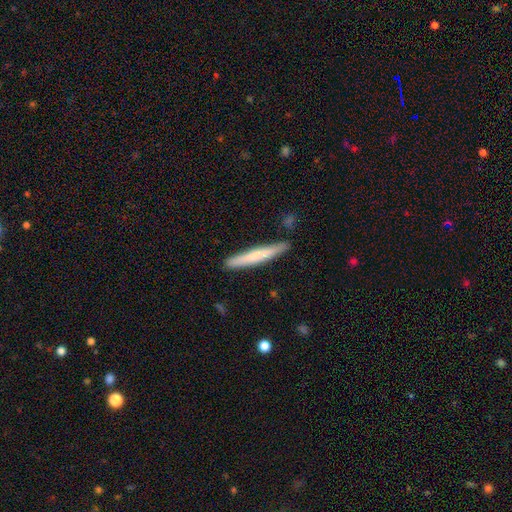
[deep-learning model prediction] The model was most divided on "smooth or featured": smooth: 67%, featured or disk: 27%, star or artifact: 5%. More confident: how rounded — cigar-shaped (96%); merging — none (86%).